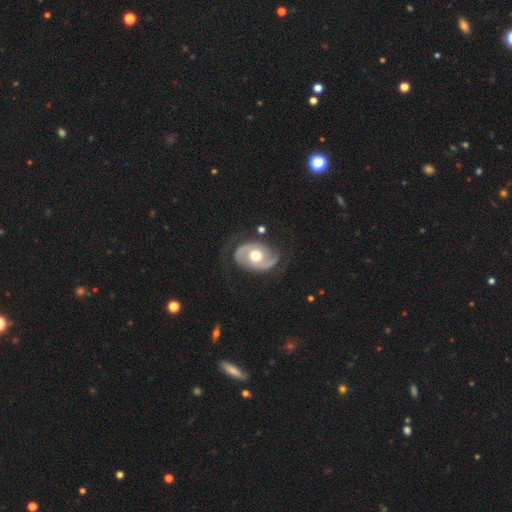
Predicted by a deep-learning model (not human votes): A featured or disk galaxy (83%) with no bar (70%), 2 (87%) medium (44%) spiral arms (87%) and a moderate central bulge (64%). Merging: none (72%).